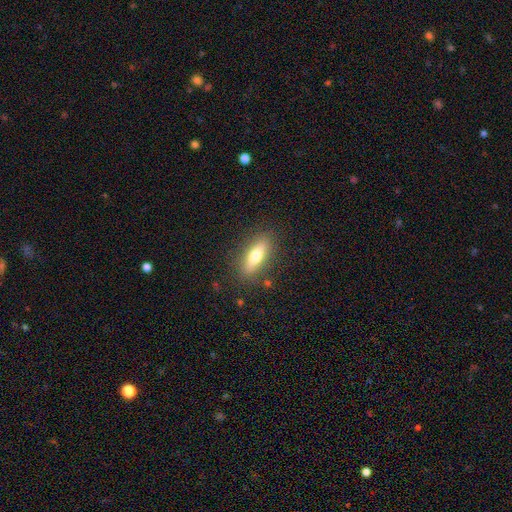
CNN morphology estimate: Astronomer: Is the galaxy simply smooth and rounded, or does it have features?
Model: smooth — 66%.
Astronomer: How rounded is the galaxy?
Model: in between — 58% (runner-up: cigar-shaped, 39%).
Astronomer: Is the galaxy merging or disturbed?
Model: none — 85%.